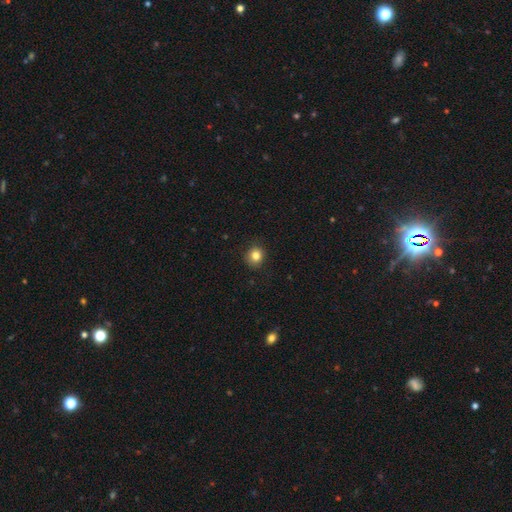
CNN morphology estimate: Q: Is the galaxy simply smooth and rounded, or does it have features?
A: smooth — 82%.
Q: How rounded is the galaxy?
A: round — 84%.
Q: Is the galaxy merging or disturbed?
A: none — 88%.